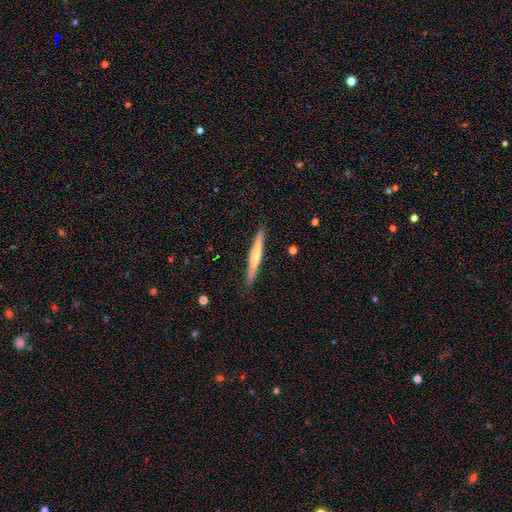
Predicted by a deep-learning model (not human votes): This appears to be a featured or disk galaxy (53%) viewed edge-on (97%) with a rounded central bulge (63%). Merging: none (89%).